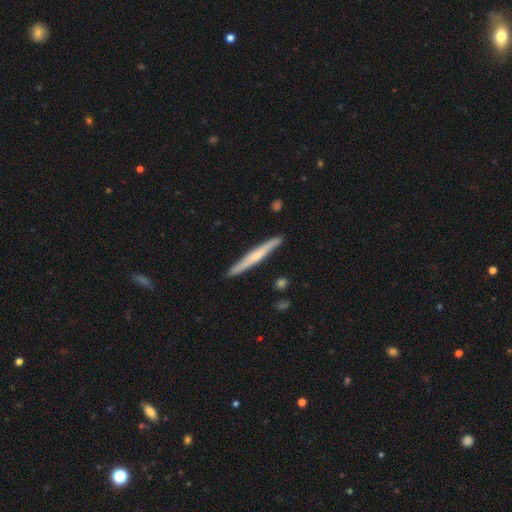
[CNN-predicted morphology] Smooth or featured? featured or disk (52%)
Edge-on disk? yes (96%)
Merging? none (90%)